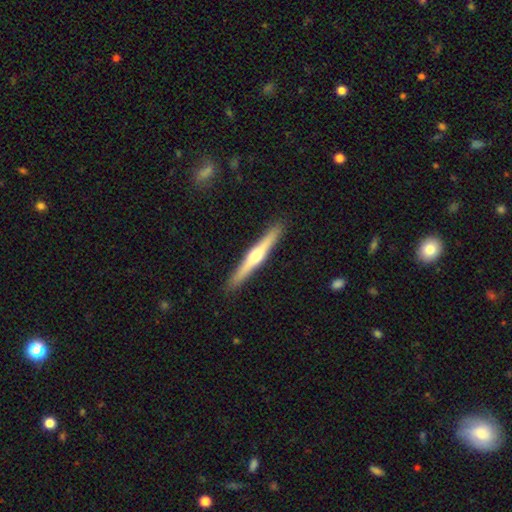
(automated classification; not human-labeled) smooth-or-featured: featured or disk: 68% | smooth: 27% | star or artifact: 5%
  disk-edge-on: yes: 98% | no: 2%
    edge-on-bulge: rounded: 90% | none: 7% | boxy: 4%
  merging: none: 92% | minor disturbance: 6% | major disturbance: 1% | merger: 1%